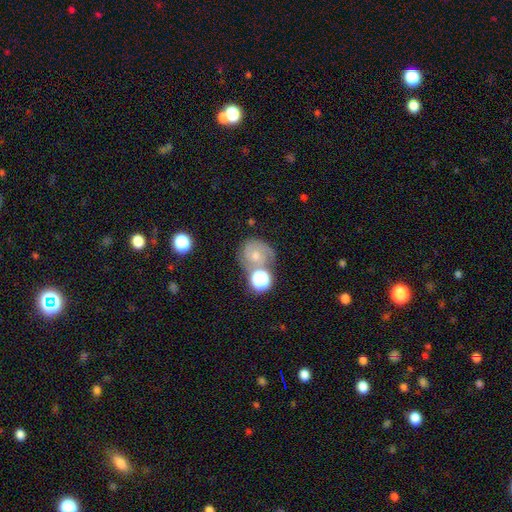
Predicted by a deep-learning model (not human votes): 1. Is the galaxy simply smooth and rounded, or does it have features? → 51% featured or disk, 35% smooth, 14% star or artifact.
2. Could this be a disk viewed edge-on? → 97% no, 3% yes.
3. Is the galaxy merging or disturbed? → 46% none, 27% merger, 17% minor disturbance, 10% major disturbance.